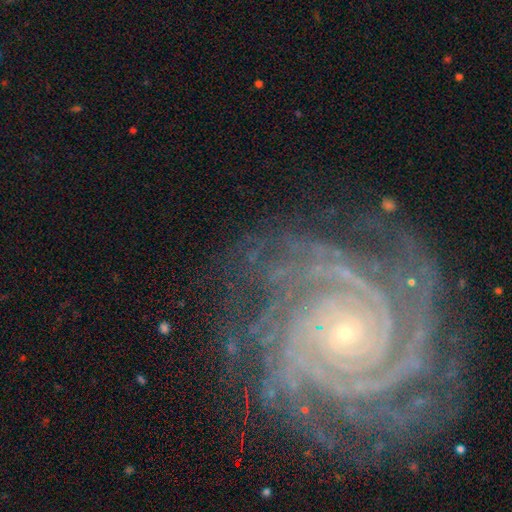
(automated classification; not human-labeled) Smooth or featured?
  - featured or disk: 89% *
  - star or artifact: 8%
  - smooth: 3%
Edge-on disk?
  - no: 98% *
  - yes: 2%
Bar?
  - no: 75% *
  - weak: 15%
  - strong: 10%
Spiral arms?
  - yes: 98% *
  - no: 2%
Spiral winding?
  - tight: 82% *
  - medium: 16%
  - loose: 3%
Spiral arm count?
  - more than 4: 22% *
  - 4: 19%
  - can't tell: 17%
  - 2: 17%
  - 3: 16%
  - 1: 9%
Bulge size?
  - small: 86% *
  - moderate: 10%
  - none: 2%
  - large: 1%
  - dominant: 1%
Merging?
  - none: 73% *
  - minor disturbance: 16%
  - major disturbance: 9%
  - merger: 2%